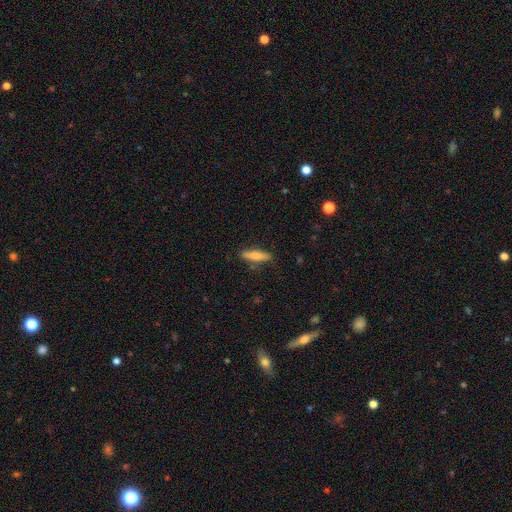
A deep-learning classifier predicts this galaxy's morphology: Smooth or featured? smooth (71%)
How rounded? cigar-shaped (77%)
Merging? none (86%)